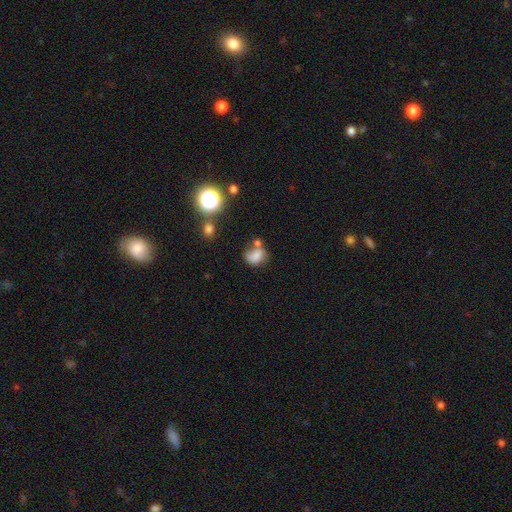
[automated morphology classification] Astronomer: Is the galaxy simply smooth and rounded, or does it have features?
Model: smooth — 73%.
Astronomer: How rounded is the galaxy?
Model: in between — 52% (runner-up: round, 47%).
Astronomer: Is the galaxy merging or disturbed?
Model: none — 42% (runner-up: merger, 23%).